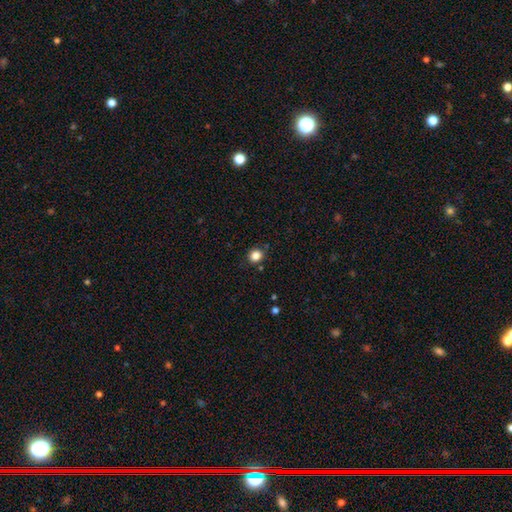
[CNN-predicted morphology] type=smooth (84%); roundness=round (80%); merging=none (87%).